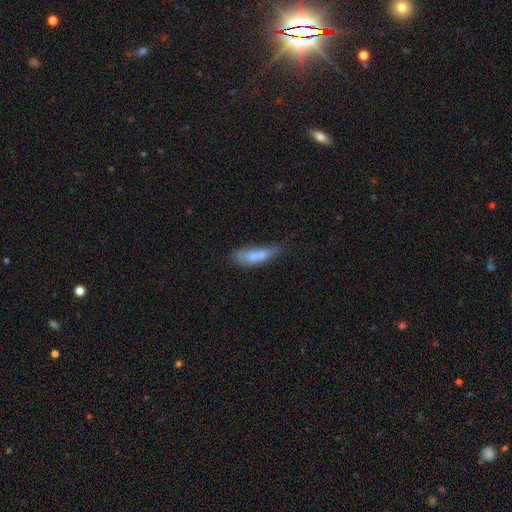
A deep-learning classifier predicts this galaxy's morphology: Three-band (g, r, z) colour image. It shows a smooth galaxy with no disk features (66%) that is in between round and cigar-shaped (55%). Merging: none (31%).